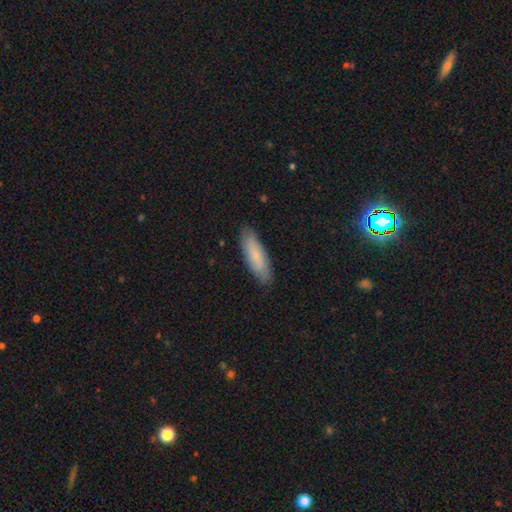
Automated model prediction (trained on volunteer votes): smooth_or_featured: smooth (p=0.77) [alt: featured or disk p=0.17]
how_rounded: cigar-shaped (p=0.56) [alt: in between p=0.43]
merging: none (p=0.86) [alt: minor disturbance p=0.11]